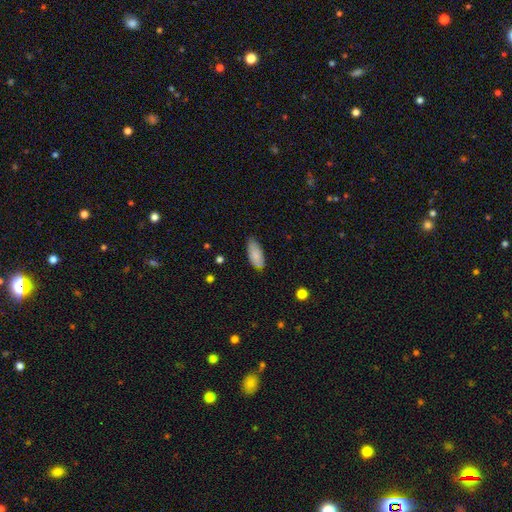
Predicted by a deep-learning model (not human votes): Morphology: type=smooth (83%); roundness=in between (87%); merging=none (70%).